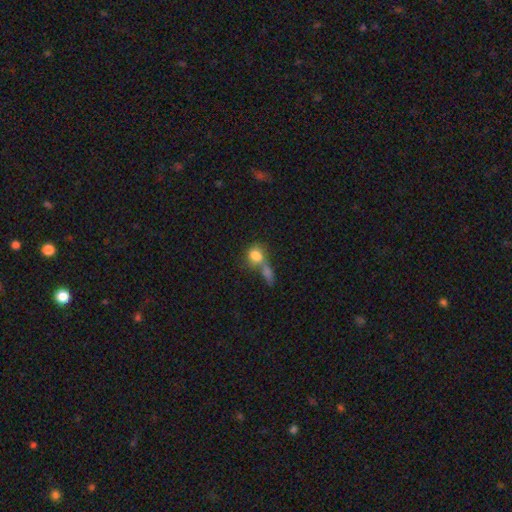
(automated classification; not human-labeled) Smooth or featured? Predicted: smooth (p=0.78). How rounded? Predicted: in between (p=0.52). Merging? Predicted: merger (p=0.61).